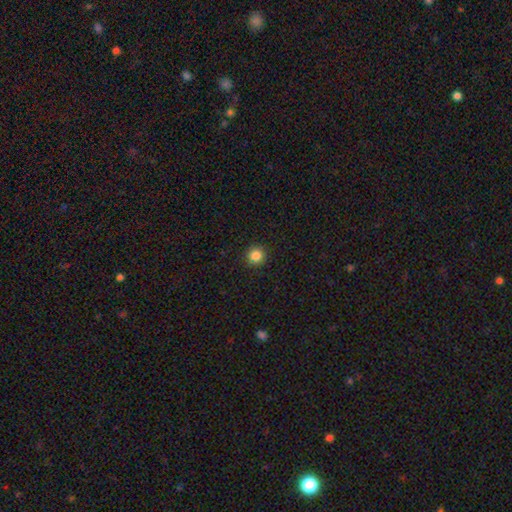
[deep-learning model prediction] Smooth or featured? smooth (85%)
How rounded? round (94%)
Merging? none (92%)